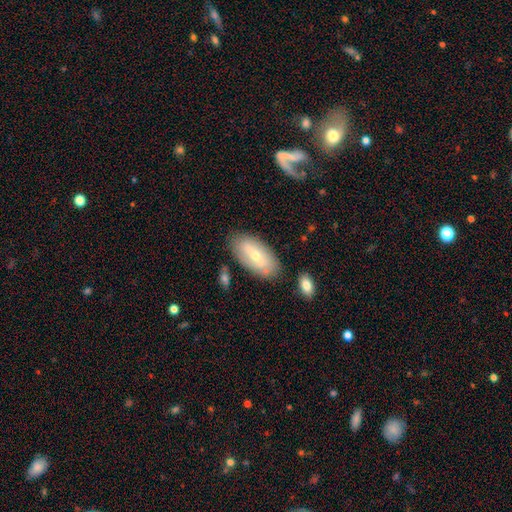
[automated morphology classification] This appears to be a smooth galaxy with no disk features (53%) that is in between round and cigar-shaped (89%). Merging: none (79%).